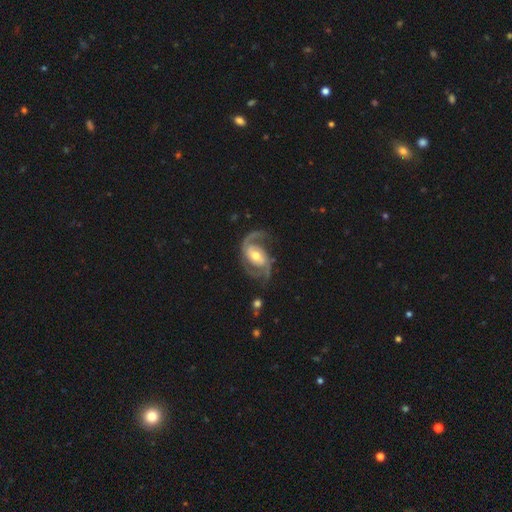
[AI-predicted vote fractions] The model was most divided on "bar": no: 42%, weak: 39%, strong: 19%. More confident: edge-on disk — no (98%); spiral arms — yes (98%); smooth or featured — featured or disk (92%); spiral arm count — 2 (86%); merging — none (71%); bulge size — moderate (70%); spiral winding — medium (53%).